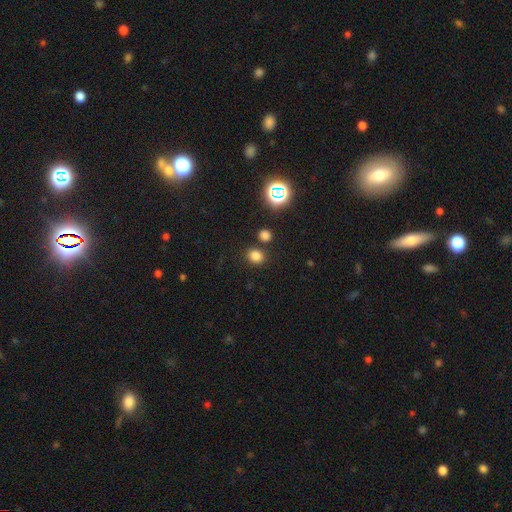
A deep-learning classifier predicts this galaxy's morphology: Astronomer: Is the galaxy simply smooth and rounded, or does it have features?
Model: smooth — 78%.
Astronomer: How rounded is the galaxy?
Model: round — 69%.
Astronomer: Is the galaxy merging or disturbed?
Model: none — 79%.